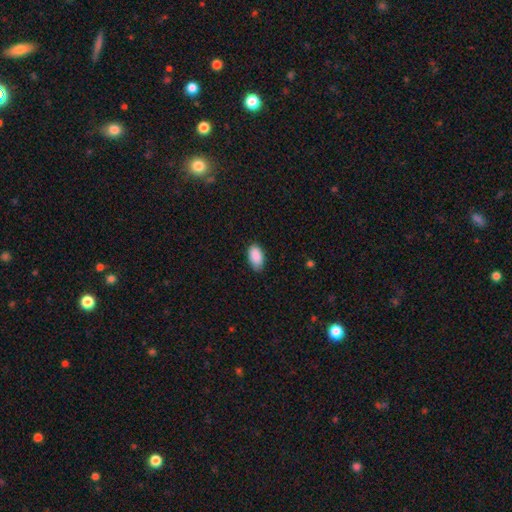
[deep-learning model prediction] smooth-or-featured: smooth: 90% | star or artifact: 7% | featured or disk: 3%
  how-rounded: in between: 95% | round: 3% | cigar-shaped: 2%
  merging: none: 81% | minor disturbance: 16% | major disturbance: 2% | merger: 1%